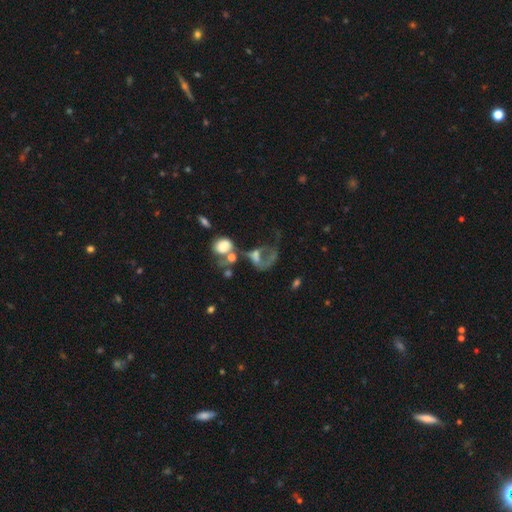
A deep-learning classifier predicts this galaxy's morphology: Smooth or featured?
  - featured or disk: 46% *
  - smooth: 38%
  - star or artifact: 16%
Merging?
  - major disturbance: 39% *
  - merger: 35%
  - none: 16%
  - minor disturbance: 10%